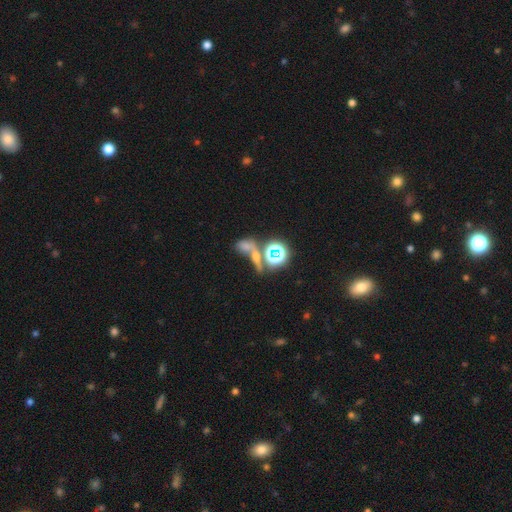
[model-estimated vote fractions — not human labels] smooth-or-featured: smooth: 44% | star or artifact: 37% | featured or disk: 18%
  merging: merger: 45% | none: 33% | major disturbance: 12% | minor disturbance: 11%